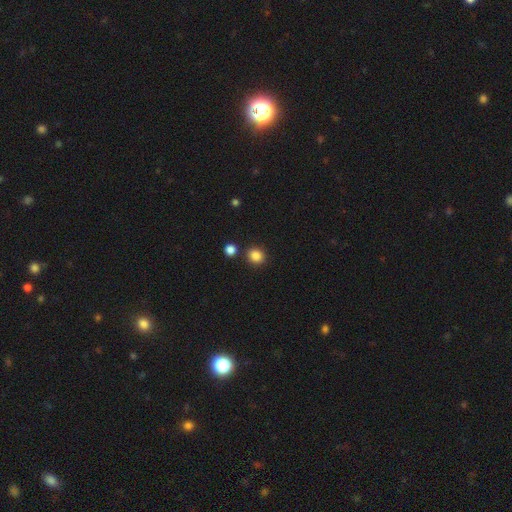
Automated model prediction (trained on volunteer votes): Smooth or featured: smooth — 85% (star or artifact — 11%)
How rounded: round — 79% (in between — 20%)
Merging: none — 84% (minor disturbance — 7%)